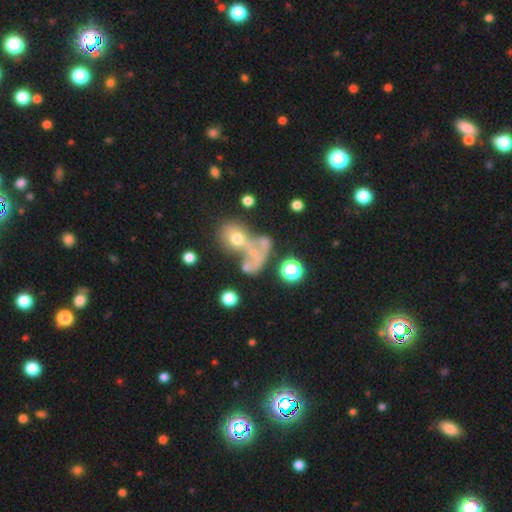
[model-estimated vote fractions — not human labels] Overall: smooth (47%; featured or disk 34%). Merging: merger (53%; major disturbance 21%).